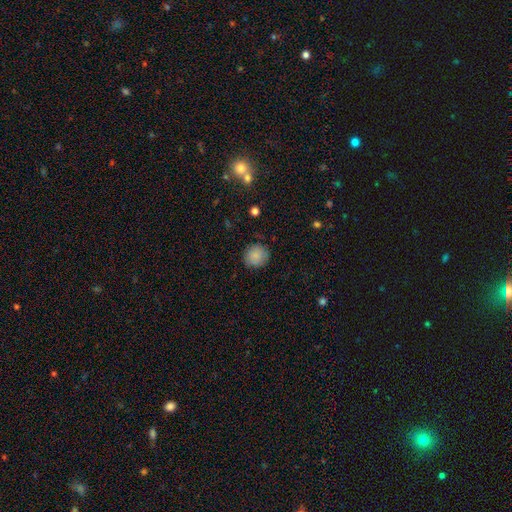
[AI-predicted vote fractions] This appears to be a smooth galaxy with no disk features (86%) that is round (91%). Merging: none (87%).